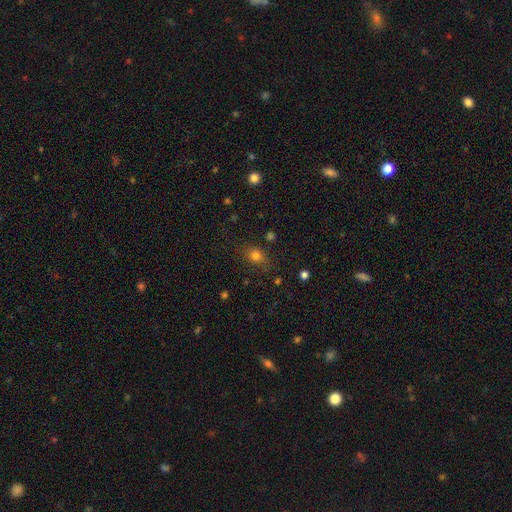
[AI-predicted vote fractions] Smooth or featured?
  - smooth: 76% *
  - star or artifact: 15%
  - featured or disk: 8%
How rounded?
  - round: 53% *
  - in between: 46%
  - cigar-shaped: 2%
Merging?
  - none: 74% *
  - minor disturbance: 18%
  - major disturbance: 6%
  - merger: 2%